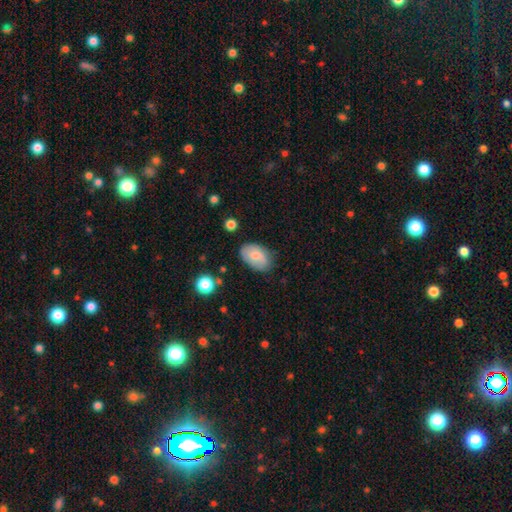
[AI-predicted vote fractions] This appears to be a smooth galaxy with no disk features (71%) that is in between round and cigar-shaped (90%). Merging: none (74%).